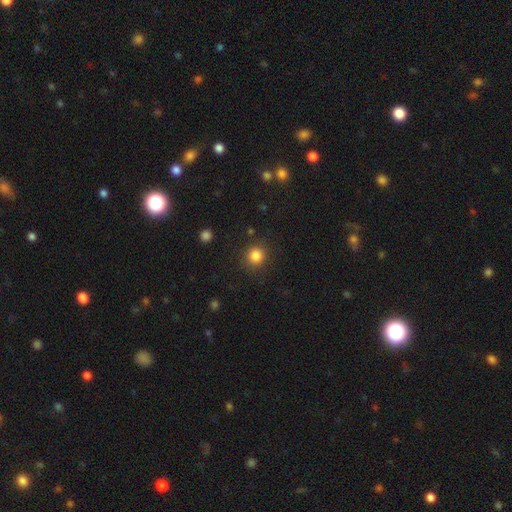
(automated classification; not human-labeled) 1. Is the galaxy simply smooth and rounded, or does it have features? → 84% smooth, 11% star or artifact, 4% featured or disk.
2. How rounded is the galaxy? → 92% round, 7% in between, 1% cigar-shaped.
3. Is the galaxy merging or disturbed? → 87% none, 8% minor disturbance, 3% major disturbance, 2% merger.